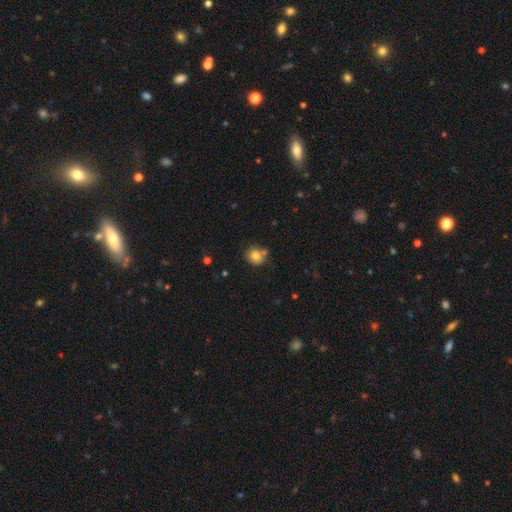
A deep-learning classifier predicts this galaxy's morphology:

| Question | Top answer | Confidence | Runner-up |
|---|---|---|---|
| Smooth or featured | smooth | 78% | featured or disk (12%) |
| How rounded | round | 82% | in between (17%) |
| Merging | none | 66% | merger (15%) |